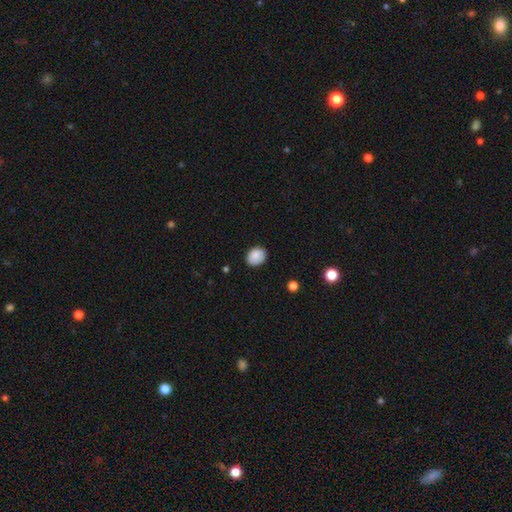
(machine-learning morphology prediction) type=smooth (87%); roundness=in between (58%); merging=none (83%).